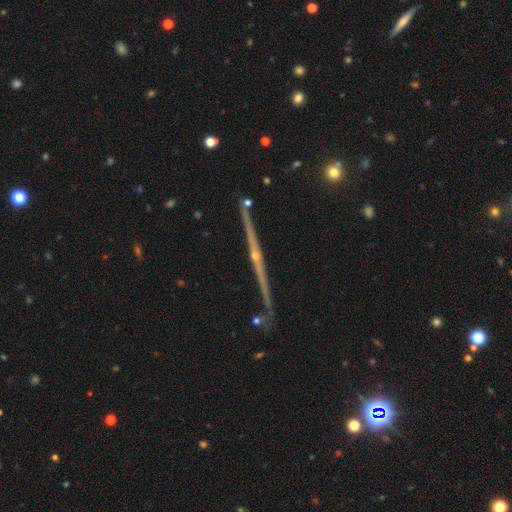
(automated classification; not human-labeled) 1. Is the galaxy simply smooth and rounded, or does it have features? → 86% featured or disk, 7% smooth, 7% star or artifact.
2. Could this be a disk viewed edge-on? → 98% yes, 2% no.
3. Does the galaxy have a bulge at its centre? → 80% rounded, 16% none, 4% boxy.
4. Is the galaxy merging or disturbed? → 88% none, 8% minor disturbance, 3% merger, 2% major disturbance.